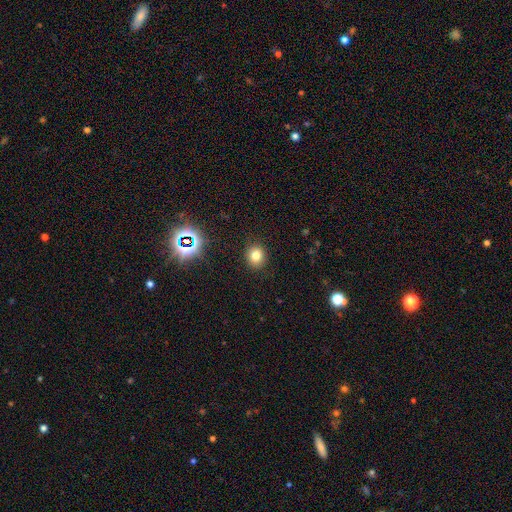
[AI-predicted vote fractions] Smooth or featured? Predicted: smooth (p=0.77). How rounded? Predicted: round (p=0.74). Merging? Predicted: none (p=0.89).